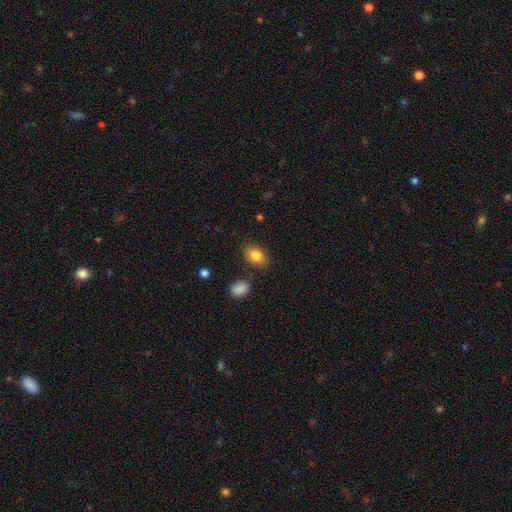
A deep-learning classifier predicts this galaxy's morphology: Smooth or featured? Predicted: smooth (p=0.83). How rounded? Predicted: in between (p=0.83). Merging? Predicted: none (p=0.83).